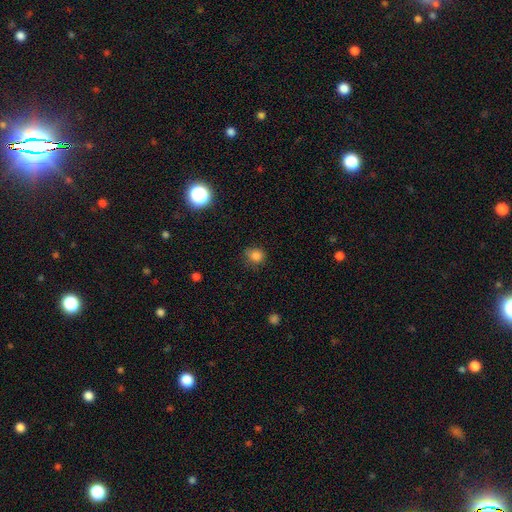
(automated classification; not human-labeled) Morphology: type=smooth (83%); roundness=round (75%); merging=none (71%).